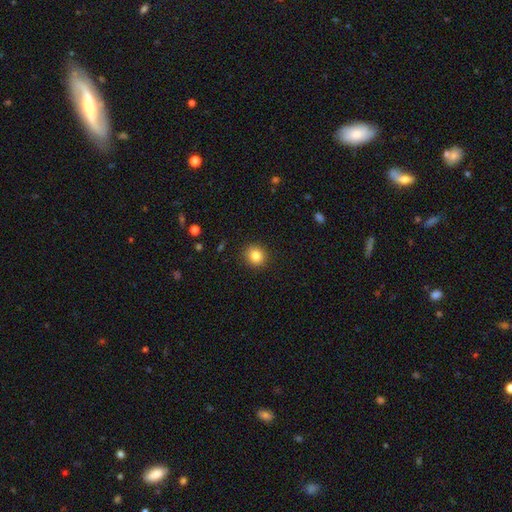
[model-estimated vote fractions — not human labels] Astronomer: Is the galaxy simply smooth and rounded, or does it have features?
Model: smooth — 84%.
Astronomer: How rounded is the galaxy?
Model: round — 84%.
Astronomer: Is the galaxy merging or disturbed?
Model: none — 91%.